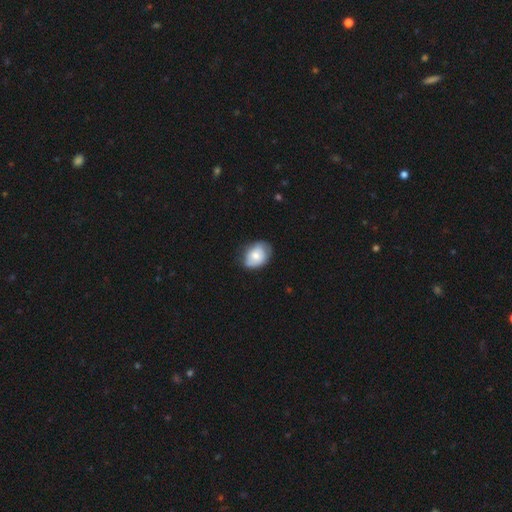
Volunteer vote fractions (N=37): Morphology: type=smooth (68%); roundness=in between (76%); merging=minor disturbance (47%).